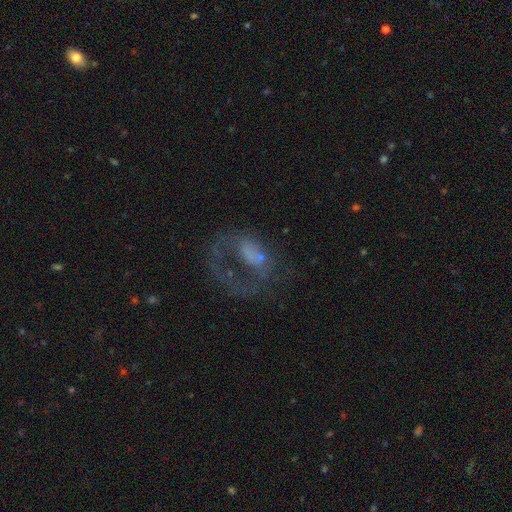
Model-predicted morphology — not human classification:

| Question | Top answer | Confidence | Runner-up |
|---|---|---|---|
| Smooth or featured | featured or disk | 57% | smooth (27%) |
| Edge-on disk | no | 97% | yes (3%) |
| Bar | no | 80% | weak (16%) |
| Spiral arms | no | 59% | yes (41%) |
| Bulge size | none | 48% | small (28%) |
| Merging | major disturbance | 52% | none (30%) |